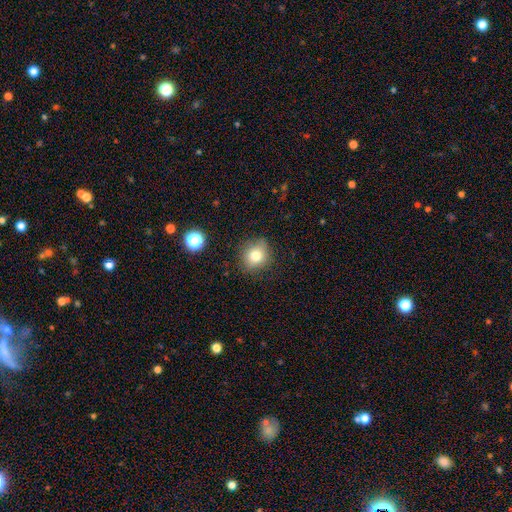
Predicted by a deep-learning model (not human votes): smooth-or-featured: smooth: 78% | star or artifact: 13% | featured or disk: 9%
  how-rounded: round: 82% | in between: 17% | cigar-shaped: 1%
  merging: none: 81% | minor disturbance: 14% | major disturbance: 3% | merger: 2%